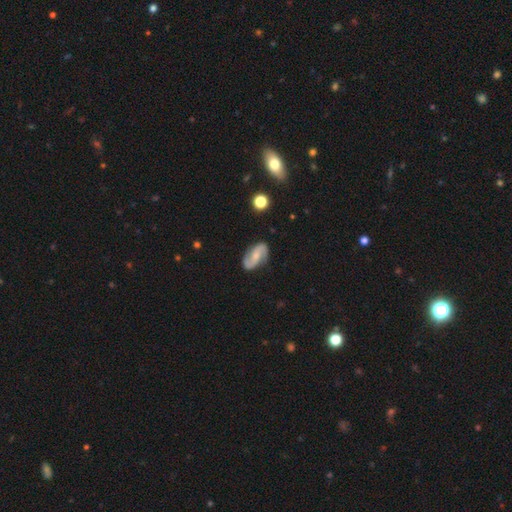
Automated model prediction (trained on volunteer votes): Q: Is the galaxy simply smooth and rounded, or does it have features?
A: featured or disk — 82%.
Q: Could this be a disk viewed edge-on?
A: no — 97%.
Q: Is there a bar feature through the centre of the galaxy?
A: no — 44%.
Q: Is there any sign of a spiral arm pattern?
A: yes — 96%.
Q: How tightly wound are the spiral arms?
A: medium — 44%.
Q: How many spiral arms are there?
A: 2 — 93%.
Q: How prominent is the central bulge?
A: small — 50%.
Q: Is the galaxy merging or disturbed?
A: none — 83%.